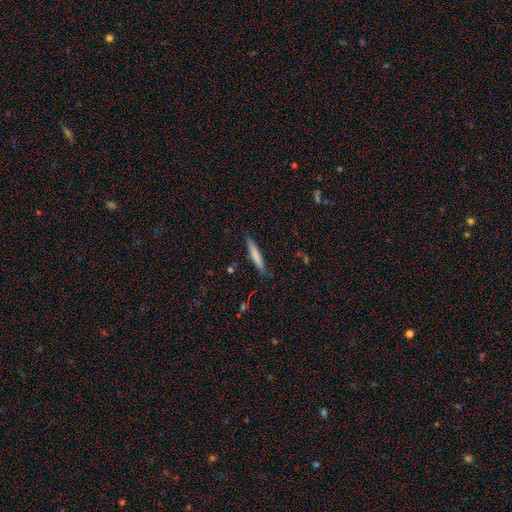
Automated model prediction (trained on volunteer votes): A smooth galaxy with no disk features (73%) that is cigar-shaped (91%). Merging: none (83%).